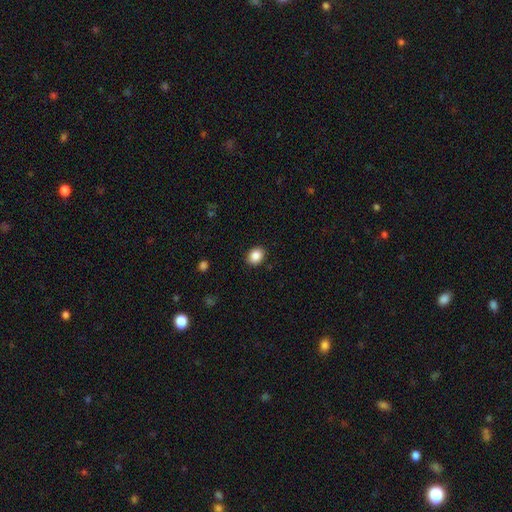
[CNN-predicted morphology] type=smooth (88%); roundness=round (50%); merging=none (90%).